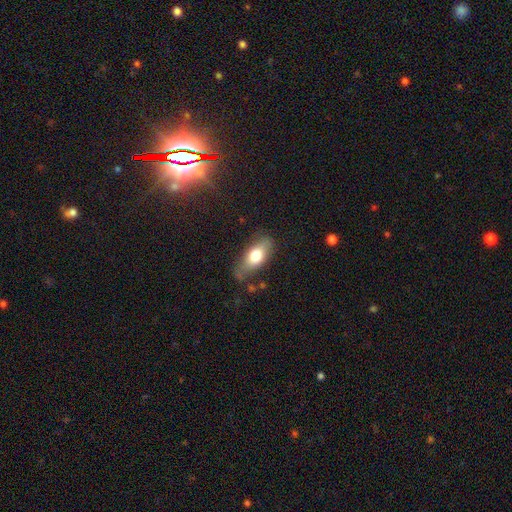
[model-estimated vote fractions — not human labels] Overall: smooth (70%). How rounded: in between (80%). Merging: none (69%).